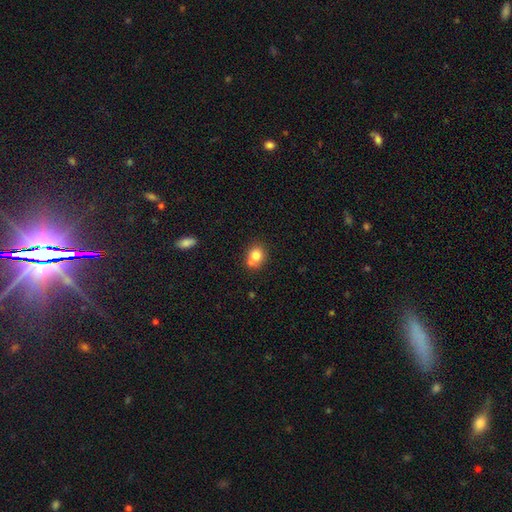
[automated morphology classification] Smooth or featured: smooth — 77% (featured or disk — 12%)
How rounded: round — 77% (in between — 22%)
Merging: none — 49% (merger — 38%)